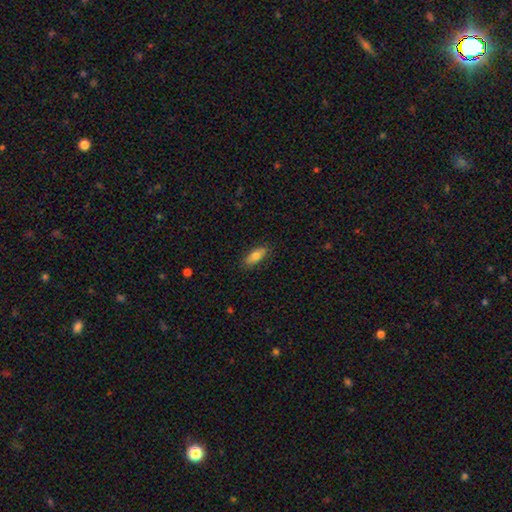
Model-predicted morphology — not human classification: smooth 77%, featured or disk 17%, star or artifact 7%. Down the decision tree: how rounded — in between (77%); merging — none (85%).